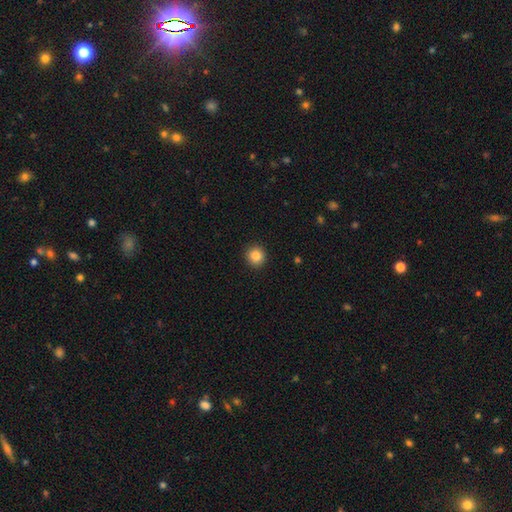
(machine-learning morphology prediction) The model was most divided on "smooth or featured": smooth: 86%, star or artifact: 10%, featured or disk: 5%. More confident: how rounded — round (93%); merging — none (92%).